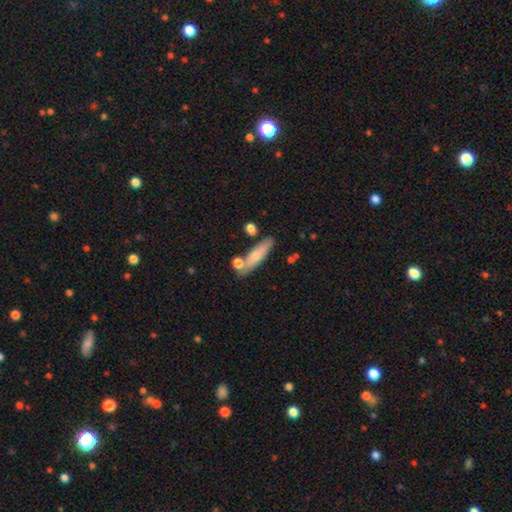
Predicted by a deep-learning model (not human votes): This is likely a smooth galaxy (64%). How rounded: likely cigar-shaped (66%). Merging: likely none (69%).